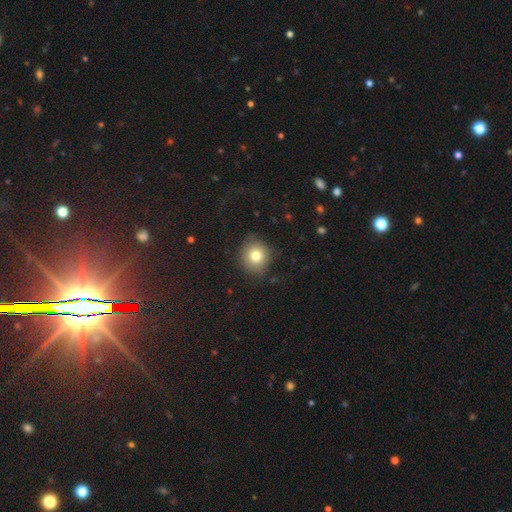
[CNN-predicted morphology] Smooth or featured? Predicted: smooth (p=0.78). How rounded? Predicted: round (p=0.85). Merging? Predicted: none (p=0.82).